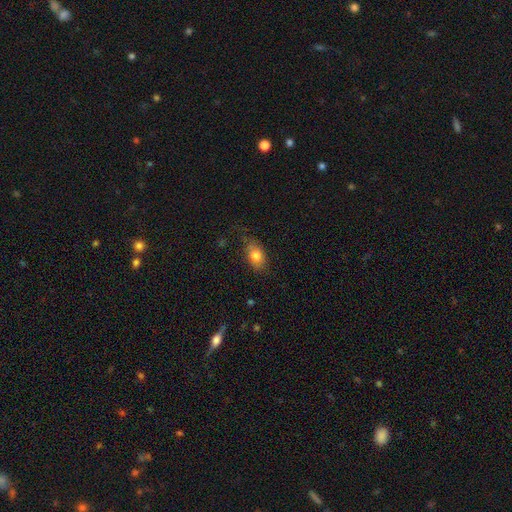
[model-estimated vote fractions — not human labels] Smooth or featured: smooth — 79% (featured or disk — 12%)
How rounded: in between — 78% (round — 19%)
Merging: none — 67% (minor disturbance — 24%)